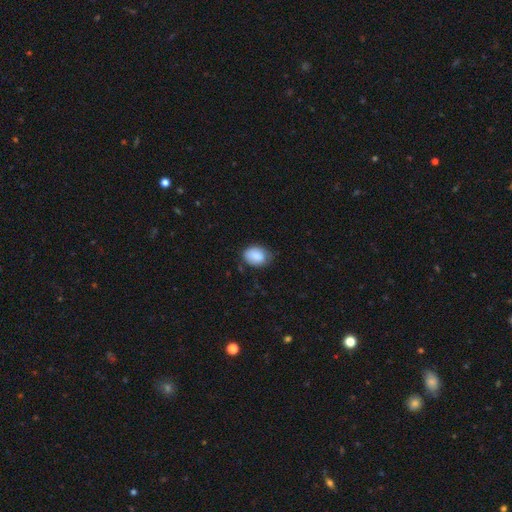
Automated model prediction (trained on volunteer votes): smooth_or_featured: smooth (p=0.85) [alt: featured or disk p=0.08]
how_rounded: in between (p=0.73) [alt: round p=0.26]
merging: none (p=0.64) [alt: minor disturbance p=0.29]